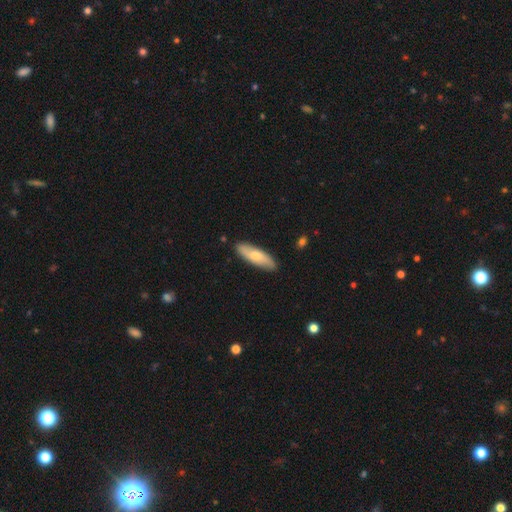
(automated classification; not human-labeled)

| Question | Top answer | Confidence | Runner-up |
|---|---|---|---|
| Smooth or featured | smooth | 66% | featured or disk (29%) |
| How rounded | cigar-shaped | 51% | in between (47%) |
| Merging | none | 87% | minor disturbance (10%) |